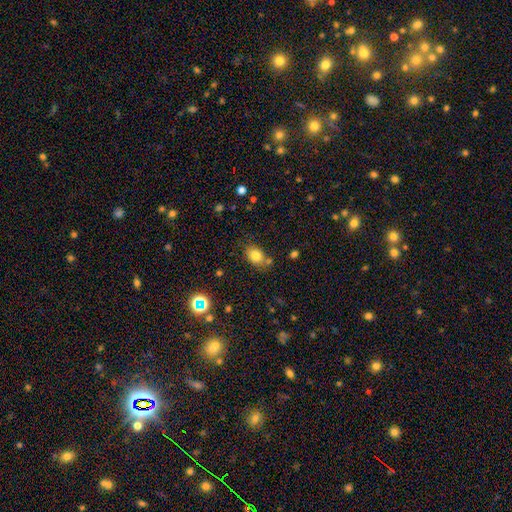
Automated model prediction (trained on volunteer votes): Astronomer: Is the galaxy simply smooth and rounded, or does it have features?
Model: smooth — 80%.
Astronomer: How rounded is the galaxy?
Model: in between — 65%.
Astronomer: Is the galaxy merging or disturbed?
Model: none — 66%.